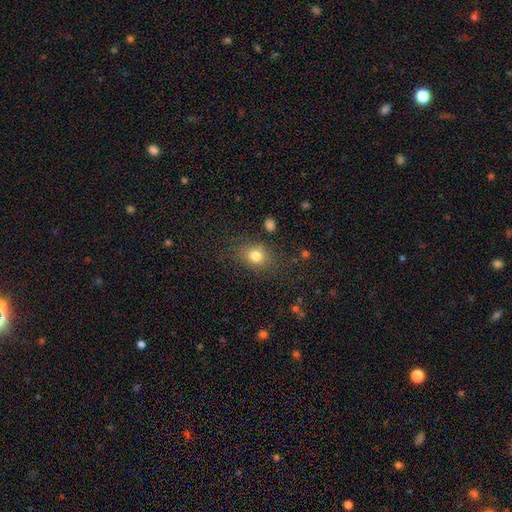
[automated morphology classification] Overall: smooth (79%). How rounded: in between (49%, tied with round). Merging: none (77%).